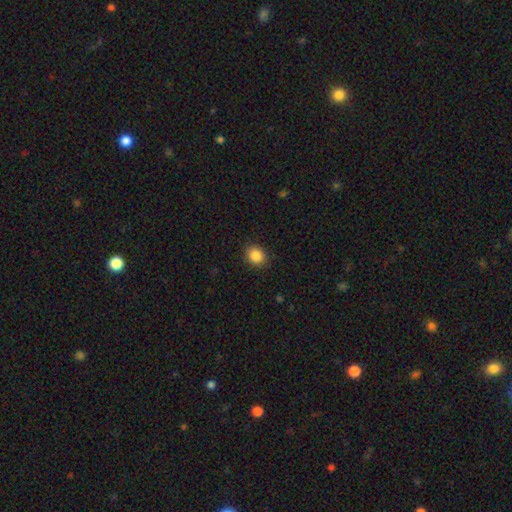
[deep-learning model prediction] Smooth or featured?
  - smooth: 86% *
  - star or artifact: 9%
  - featured or disk: 4%
How rounded?
  - round: 61% *
  - in between: 38%
  - cigar-shaped: 1%
Merging?
  - none: 88% *
  - minor disturbance: 8%
  - major disturbance: 2%
  - merger: 1%